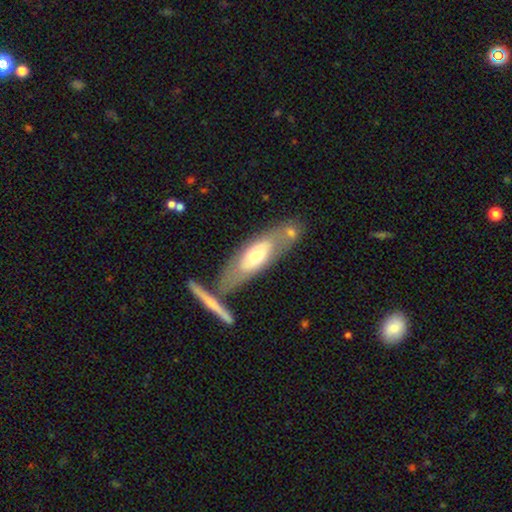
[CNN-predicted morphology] A smooth galaxy with no disk features (50%).

Vote fractions:
- Smooth or featured? smooth: 50% / featured or disk: 44% / star or artifact: 6%
- Merging? none: 55% / merger: 24% / minor disturbance: 15% / major disturbance: 6%